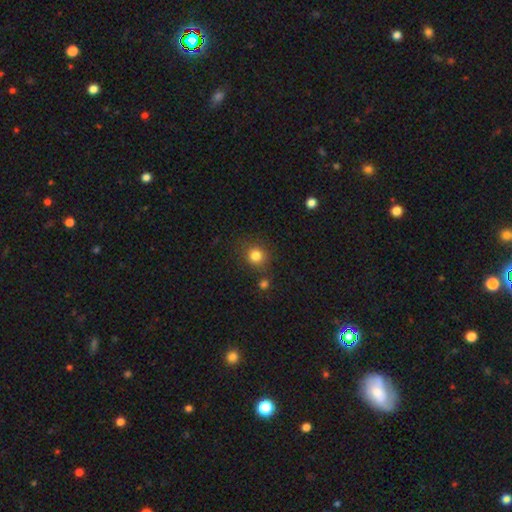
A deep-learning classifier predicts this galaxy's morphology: Smooth or featured?
  - smooth: 82% *
  - star or artifact: 13%
  - featured or disk: 5%
How rounded?
  - round: 89% *
  - in between: 10%
  - cigar-shaped: 1%
Merging?
  - none: 80% *
  - minor disturbance: 10%
  - merger: 7%
  - major disturbance: 4%